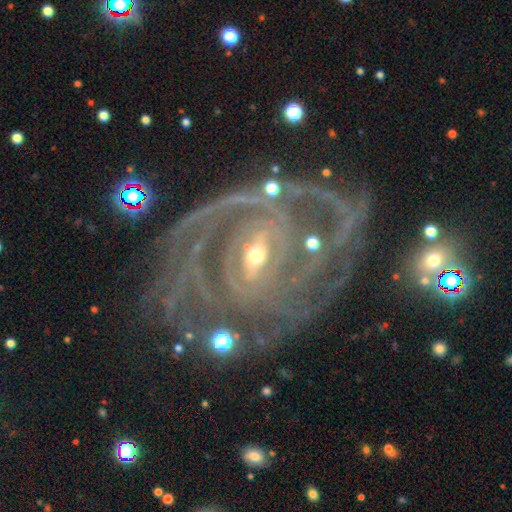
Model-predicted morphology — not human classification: Smooth or featured? Predicted: featured or disk (p=0.91). Edge-on disk? Predicted: no (p=0.97). Bar? Predicted: strong (p=0.44). Spiral arms? Predicted: yes (p=0.97). Spiral winding? Predicted: tight (p=0.65). Spiral arm count? Predicted: 2 (p=0.23). Bulge size? Predicted: small (p=0.66). Merging? Predicted: none (p=0.55).